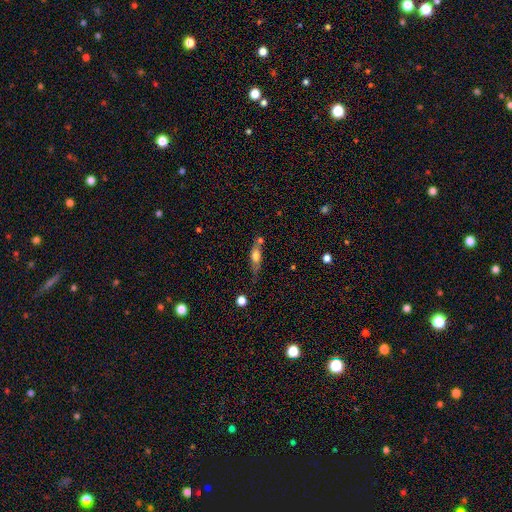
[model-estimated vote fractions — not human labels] The model was most divided on "how rounded": in between: 50%, cigar-shaped: 43%, round: 7%. More confident: smooth or featured — smooth (58%); merging — none (52%).